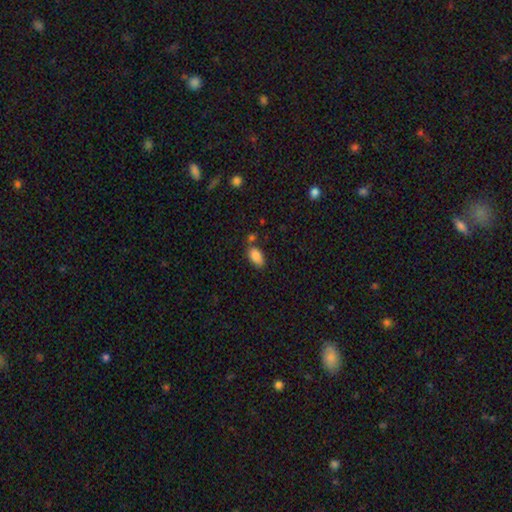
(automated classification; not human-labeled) smooth_or_featured: smooth (p=0.87) [alt: star or artifact p=0.08]
how_rounded: in between (p=0.92) [alt: round p=0.05]
merging: none (p=0.69) [alt: minor disturbance p=0.15]